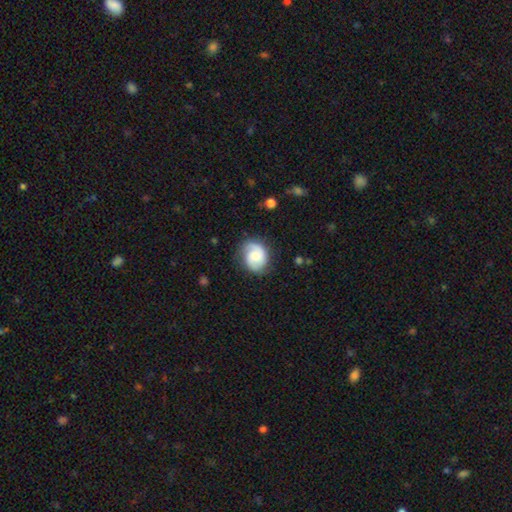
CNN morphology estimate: Smooth or featured? Predicted: featured or disk (p=0.59). Edge-on disk? Predicted: no (p=0.98). Bar? Predicted: no (p=0.54). Spiral arms? Predicted: yes (p=0.92). Spiral winding? Predicted: medium (p=0.43). Spiral arm count? Predicted: 2 (p=0.76). Bulge size? Predicted: moderate (p=0.43). Merging? Predicted: none (p=0.73).